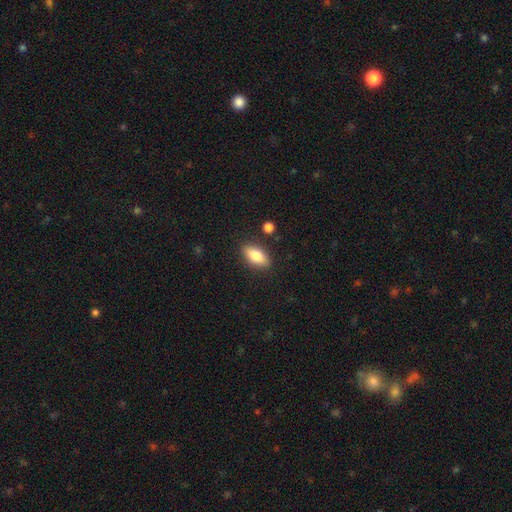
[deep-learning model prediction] Morphology: type=smooth (79%); roundness=in between (85%); merging=none (85%).